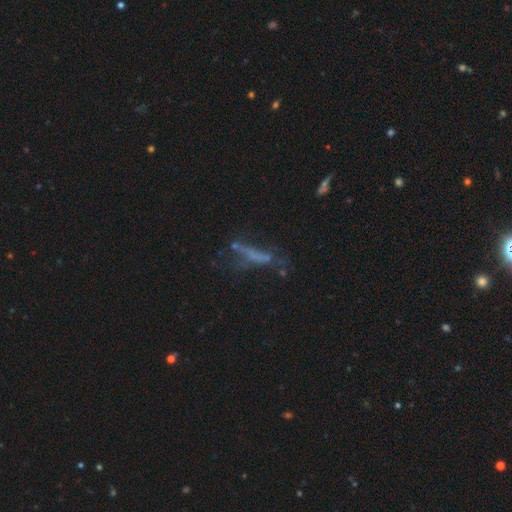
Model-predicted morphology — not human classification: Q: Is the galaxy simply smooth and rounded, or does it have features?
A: featured or disk — 43%.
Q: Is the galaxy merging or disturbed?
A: none — 42%.